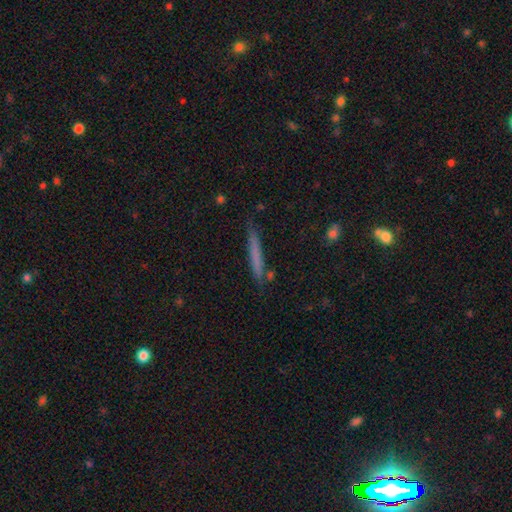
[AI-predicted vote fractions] A smooth galaxy with no disk features (65%) that is cigar-shaped (96%). Merging: none (82%).